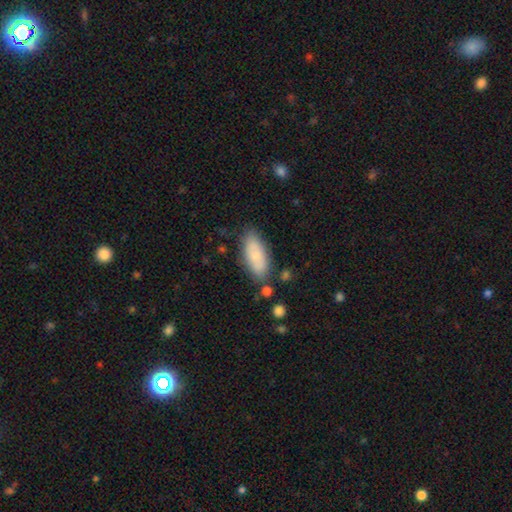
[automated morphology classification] Smooth or featured: smooth — 75% (featured or disk — 18%)
How rounded: in between — 84% (cigar-shaped — 14%)
Merging: none — 72% (minor disturbance — 18%)